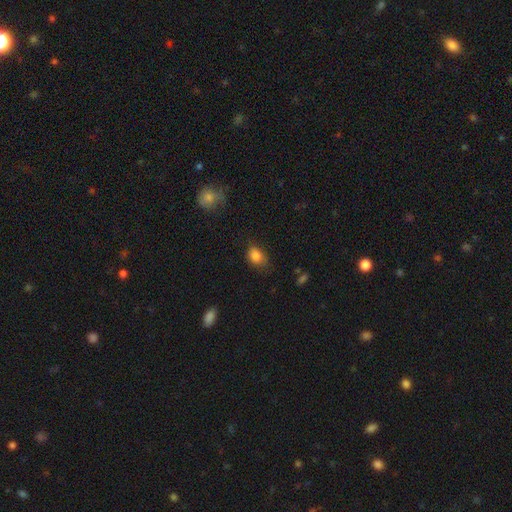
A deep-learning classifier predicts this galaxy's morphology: Q: Smooth or featured?
A: smooth (84%); runner-up: star or artifact (10%)
Q: How rounded?
A: in between (73%); runner-up: round (26%)
Q: Merging?
A: none (64%); runner-up: minor disturbance (27%)